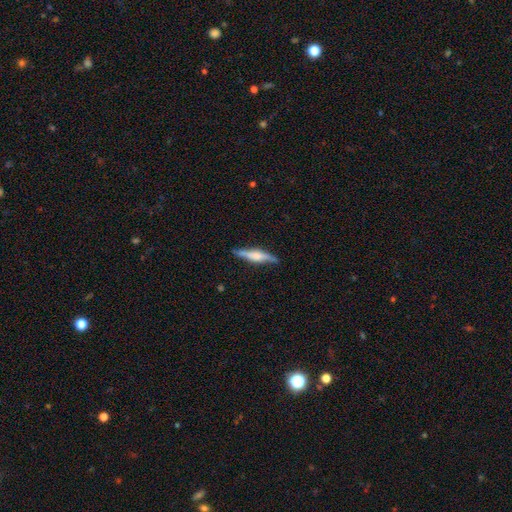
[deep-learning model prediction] A featured or disk galaxy (57%) viewed edge-on (94%) with a rounded central bulge (63%).

Vote fractions:
- Smooth or featured? featured or disk: 57% / smooth: 37% / star or artifact: 6%
- Edge-on disk? yes: 94% / no: 6%
- Edge-on bulge? rounded: 63% / boxy: 28% / none: 10%
- Merging? none: 81% / minor disturbance: 15% / major disturbance: 3% / merger: 2%